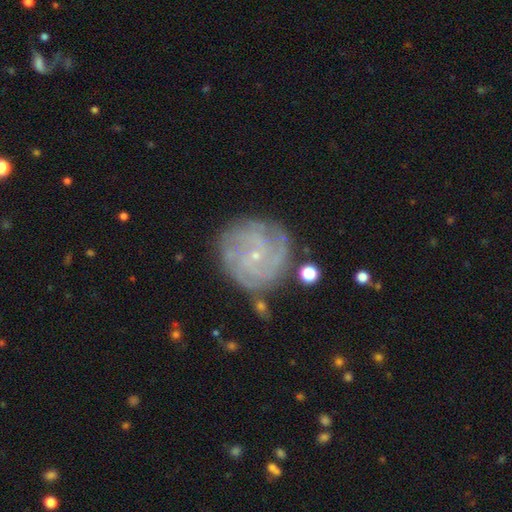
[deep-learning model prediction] Smooth or featured: featured or disk — 83% (smooth — 9%)
Edge-on disk: no — 98% (yes — 2%)
Bar: no — 74% (weak — 21%)
Spiral arms: yes — 96% (no — 4%)
Spiral winding: tight — 72% (medium — 23%)
Spiral arm count: 4 — 29% (can't tell — 23%)
Bulge size: small — 88% (moderate — 8%)
Merging: none — 77% (minor disturbance — 15%)